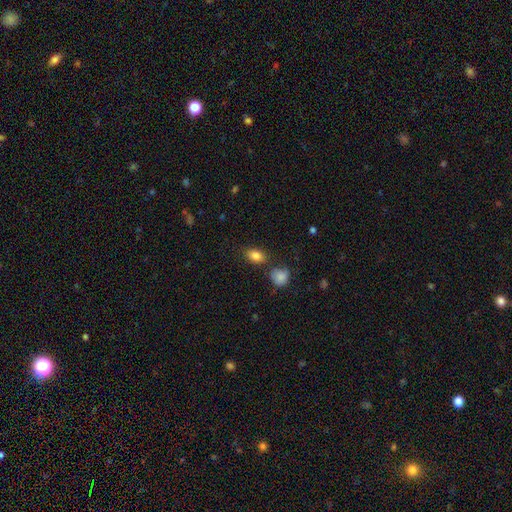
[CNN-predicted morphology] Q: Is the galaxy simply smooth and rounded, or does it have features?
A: smooth — 84%.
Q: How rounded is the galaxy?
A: in between — 81%.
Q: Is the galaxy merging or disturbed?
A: none — 74%.